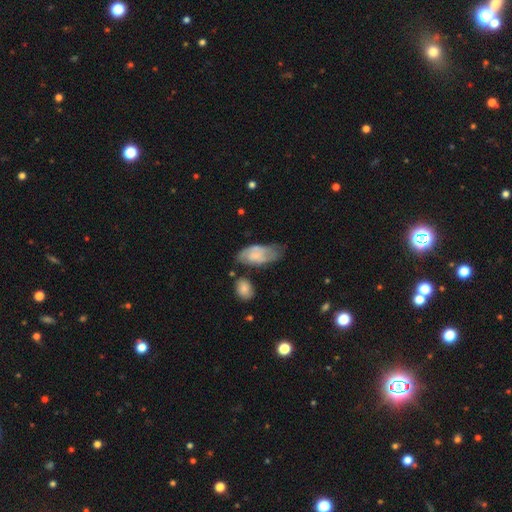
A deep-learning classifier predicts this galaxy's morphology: Smooth or featured? smooth (48%)
Merging? none (47%)